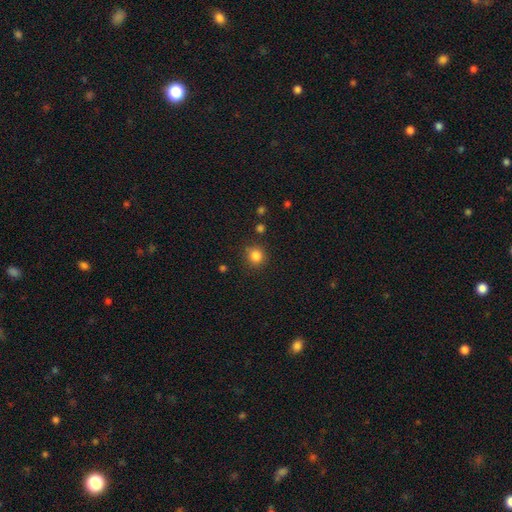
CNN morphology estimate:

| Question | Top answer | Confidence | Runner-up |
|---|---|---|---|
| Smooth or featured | smooth | 84% | star or artifact (12%) |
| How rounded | round | 92% | in between (7%) |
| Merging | none | 86% | minor disturbance (8%) |